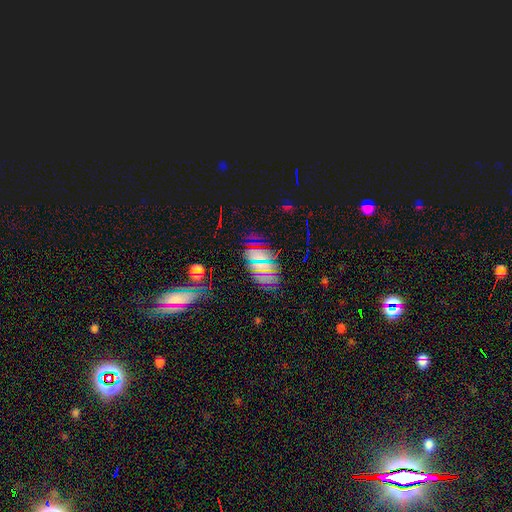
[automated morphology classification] Smooth or featured?
  - star or artifact: 50% *
  - smooth: 34%
  - featured or disk: 16%